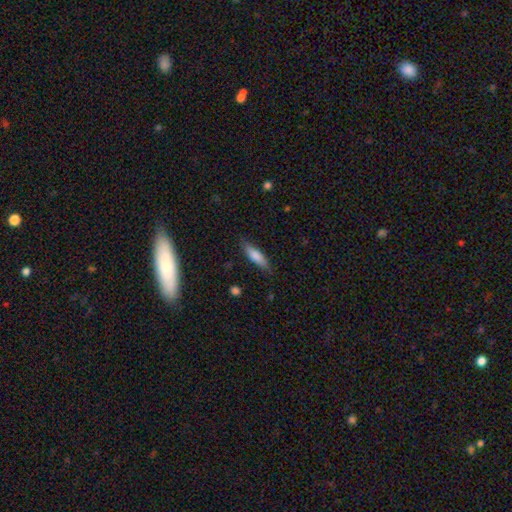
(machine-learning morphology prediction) Q: Smooth or featured?
A: smooth (78%); runner-up: featured or disk (15%)
Q: How rounded?
A: cigar-shaped (61%); runner-up: in between (37%)
Q: Merging?
A: none (83%); runner-up: minor disturbance (13%)